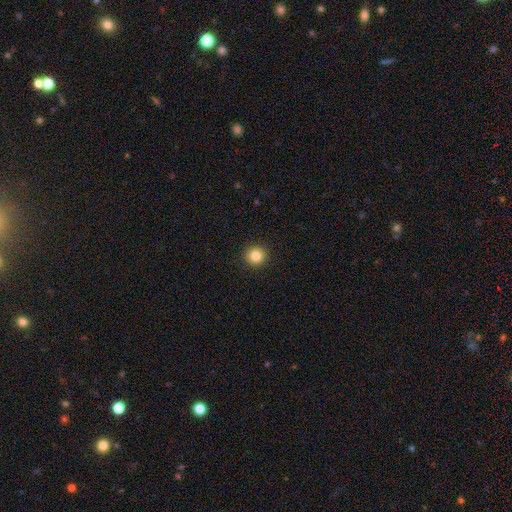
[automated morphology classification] Smooth or featured? Predicted: smooth (p=0.85). How rounded? Predicted: round (p=0.93). Merging? Predicted: none (p=0.93).